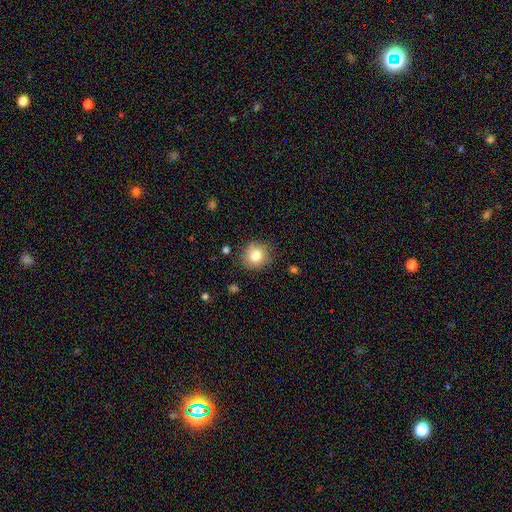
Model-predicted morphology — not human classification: Smooth or featured? Predicted: smooth (p=0.80). How rounded? Predicted: round (p=0.88). Merging? Predicted: none (p=0.85).